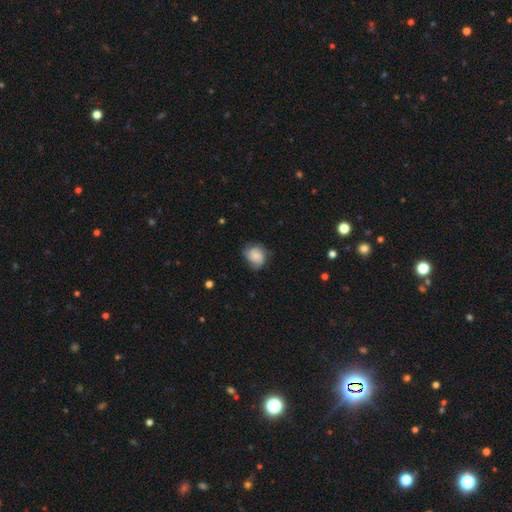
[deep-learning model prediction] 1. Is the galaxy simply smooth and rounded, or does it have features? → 50% smooth, 41% featured or disk, 8% star or artifact.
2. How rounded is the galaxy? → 55% round, 44% in between, 1% cigar-shaped.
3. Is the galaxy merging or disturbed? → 63% none, 26% minor disturbance, 10% major disturbance, 1% merger.